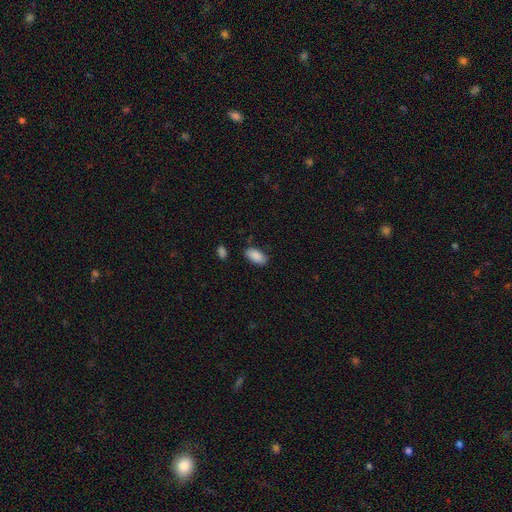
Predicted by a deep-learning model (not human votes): Smooth or featured?
  - smooth: 88% *
  - star or artifact: 7%
  - featured or disk: 5%
How rounded?
  - in between: 93% *
  - cigar-shaped: 4%
  - round: 2%
Merging?
  - none: 81% *
  - minor disturbance: 13%
  - major disturbance: 3%
  - merger: 2%